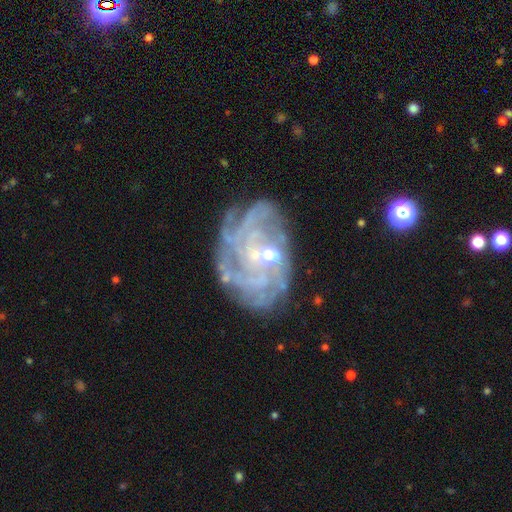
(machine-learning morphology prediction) Smooth or featured?
  - featured or disk: 84% *
  - star or artifact: 9%
  - smooth: 7%
Edge-on disk?
  - no: 97% *
  - yes: 3%
Bar?
  - no: 56% *
  - weak: 34%
  - strong: 10%
Spiral arms?
  - yes: 93% *
  - no: 7%
Spiral winding?
  - tight: 64% *
  - medium: 26%
  - loose: 10%
Spiral arm count?
  - can't tell: 34% *
  - more than 4: 22%
  - 4: 17%
  - 3: 11%
  - 2: 9%
  - 1: 8%
Bulge size?
  - small: 51% *
  - moderate: 42%
  - none: 3%
  - large: 3%
  - dominant: 1%
Merging?
  - none: 71% *
  - minor disturbance: 17%
  - major disturbance: 10%
  - merger: 3%